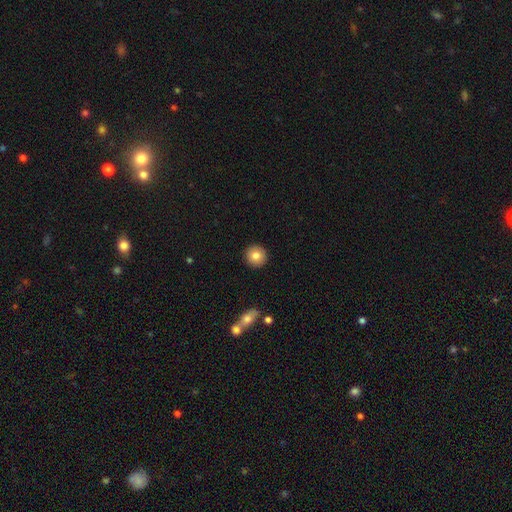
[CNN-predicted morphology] smooth 83%, featured or disk 9%, star or artifact 8%. Down the decision tree: how rounded — round (93%); merging — none (92%).